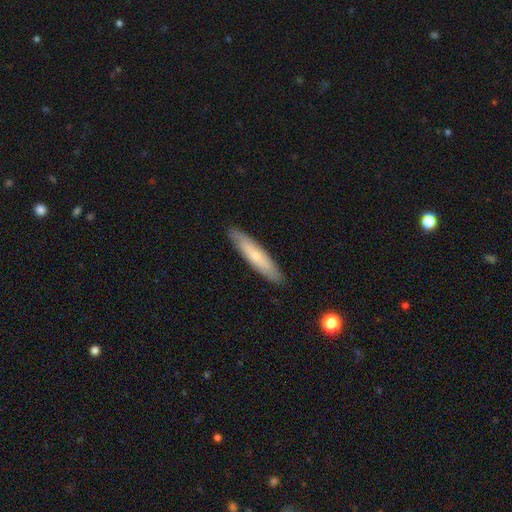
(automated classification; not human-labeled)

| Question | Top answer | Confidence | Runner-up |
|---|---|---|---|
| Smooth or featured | smooth | 60% | featured or disk (34%) |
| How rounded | cigar-shaped | 88% | in between (11%) |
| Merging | none | 90% | minor disturbance (8%) |